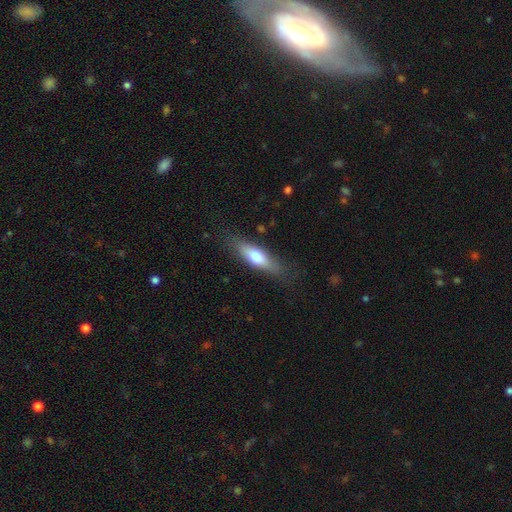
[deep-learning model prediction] Smooth or featured? smooth (64%)
How rounded? cigar-shaped (51%)
Merging? none (81%)